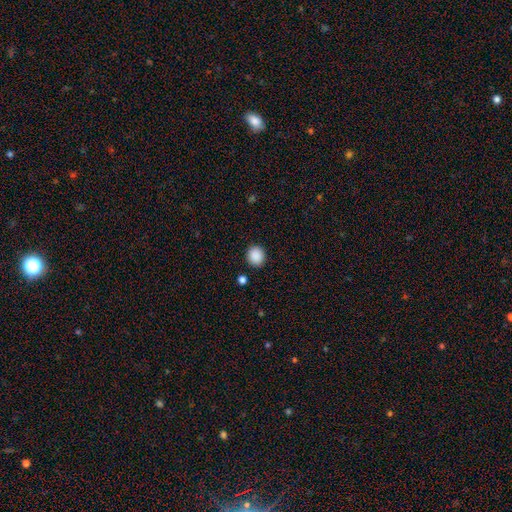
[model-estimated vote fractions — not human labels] Morphology: type=smooth (89%); roundness=round (87%); merging=none (90%).